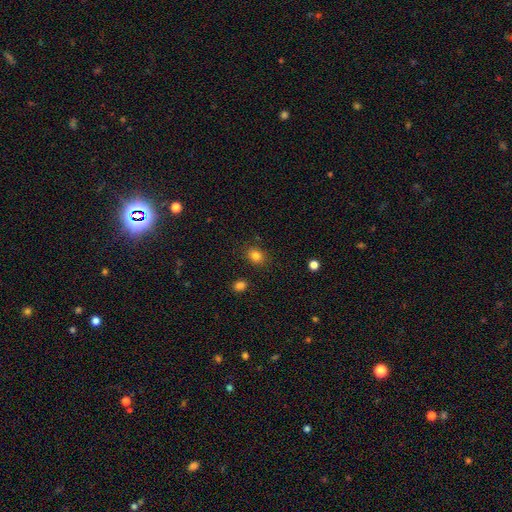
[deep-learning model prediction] smooth_or_featured: smooth (p=0.82) [alt: star or artifact p=0.12]
how_rounded: round (p=0.54) [alt: in between p=0.45]
merging: none (p=0.86) [alt: minor disturbance p=0.09]